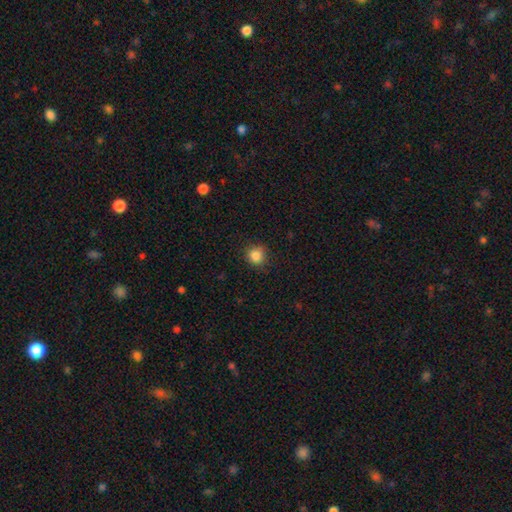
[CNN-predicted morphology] Smooth or featured? smooth (86%)
How rounded? round (90%)
Merging? none (84%)